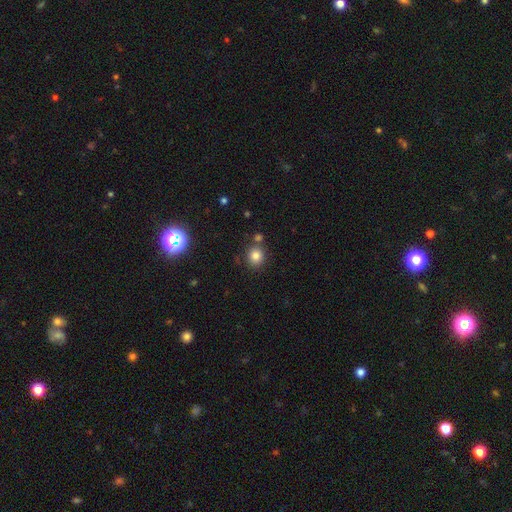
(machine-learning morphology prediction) A smooth galaxy with no disk features (80%) that is round (81%). Merging: none (76%).